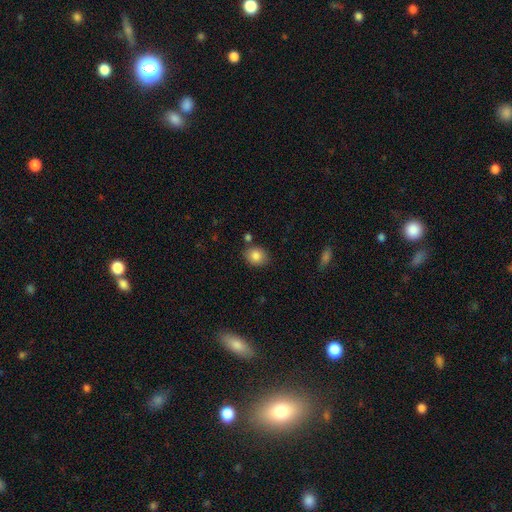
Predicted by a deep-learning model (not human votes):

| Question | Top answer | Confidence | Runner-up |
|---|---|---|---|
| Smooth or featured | smooth | 85% | star or artifact (9%) |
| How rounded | round | 62% | in between (37%) |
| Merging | none | 78% | minor disturbance (12%) |